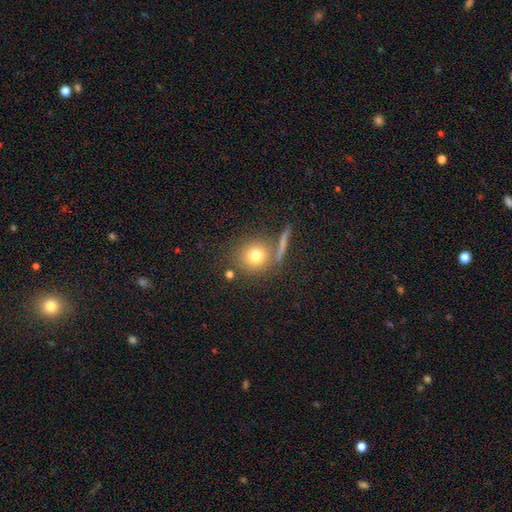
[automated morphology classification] A smooth galaxy with no disk features (74%) that is round (90%).

Vote fractions:
- Smooth or featured? smooth: 74% / star or artifact: 13% / featured or disk: 13%
- How rounded? round: 90% / in between: 9% / cigar-shaped: 2%
- Merging? none: 74% / merger: 11% / minor disturbance: 10% / major disturbance: 4%